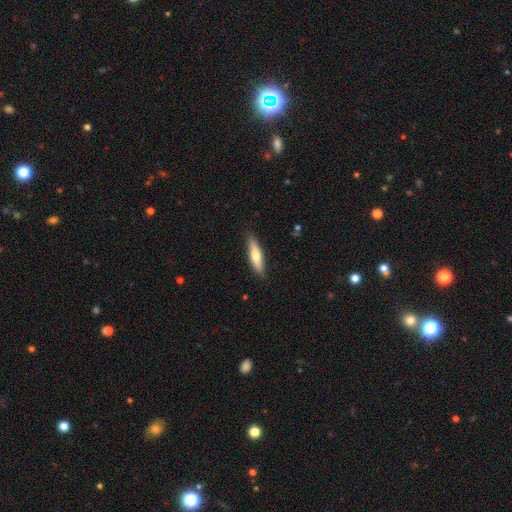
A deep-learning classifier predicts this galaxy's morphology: Smooth or featured? Predicted: smooth (p=0.63). How rounded? Predicted: cigar-shaped (p=0.76). Merging? Predicted: none (p=0.86).